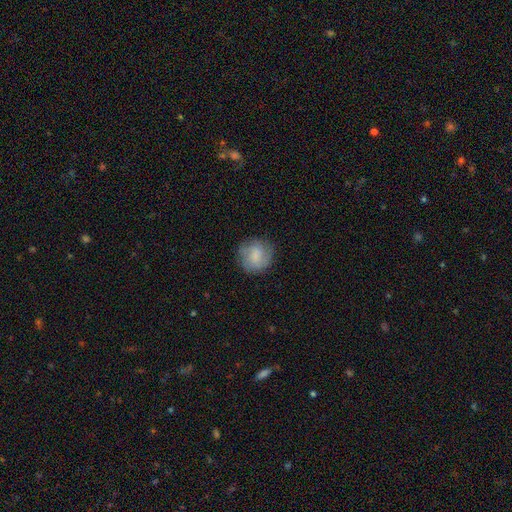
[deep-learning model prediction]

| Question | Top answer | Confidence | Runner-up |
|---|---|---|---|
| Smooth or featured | smooth | 72% | featured or disk (20%) |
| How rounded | round | 87% | in between (12%) |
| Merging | none | 77% | minor disturbance (16%) |